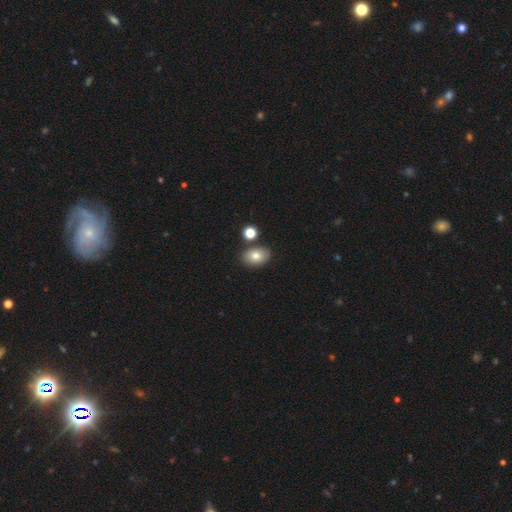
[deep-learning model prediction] Smooth or featured?
  - smooth: 80% *
  - featured or disk: 11%
  - star or artifact: 9%
How rounded?
  - in between: 77% *
  - round: 22%
  - cigar-shaped: 1%
Merging?
  - none: 79% *
  - minor disturbance: 10%
  - merger: 8%
  - major disturbance: 3%